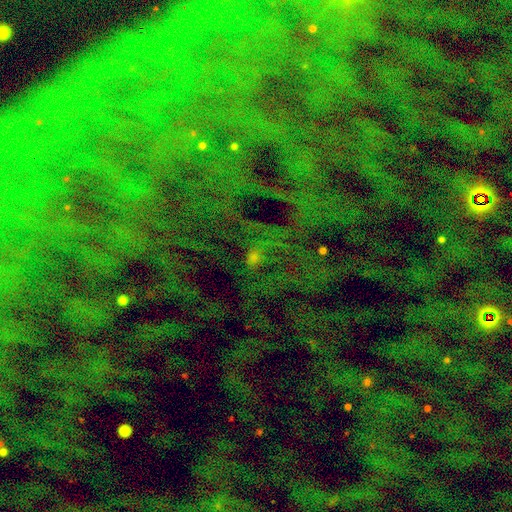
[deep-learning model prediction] A star or artifact, not a galaxy (73%).

Vote fractions:
- Smooth or featured? star or artifact: 73% / smooth: 16% / featured or disk: 11%